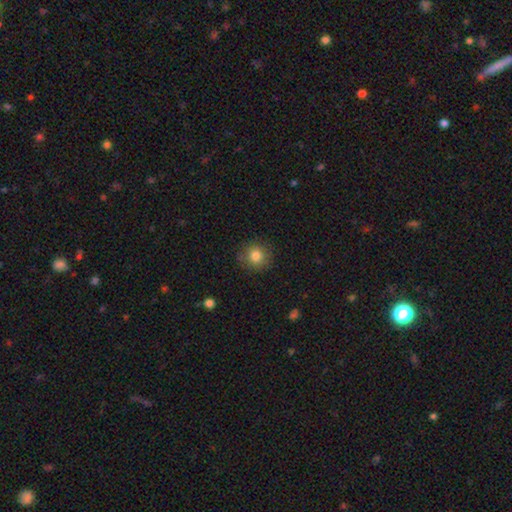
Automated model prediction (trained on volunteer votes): A smooth galaxy with no disk features (83%) that is round (92%).

Vote fractions:
- Smooth or featured? smooth: 83% / star or artifact: 10% / featured or disk: 7%
- How rounded? round: 92% / in between: 8% / cigar-shaped: 1%
- Merging? none: 86% / minor disturbance: 10% / major disturbance: 3% / merger: 1%